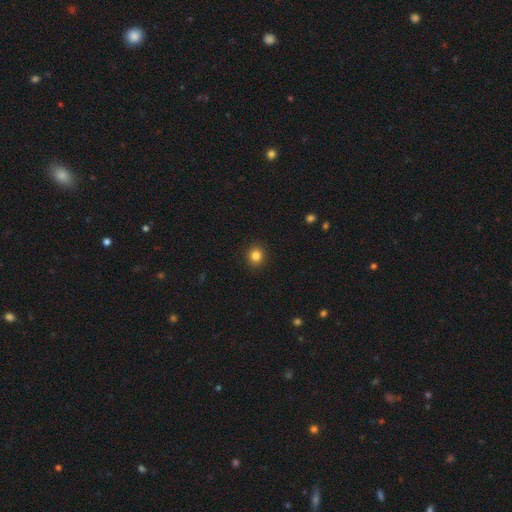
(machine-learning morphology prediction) Smooth or featured? Predicted: smooth (p=0.84). How rounded? Predicted: round (p=0.84). Merging? Predicted: none (p=0.92).